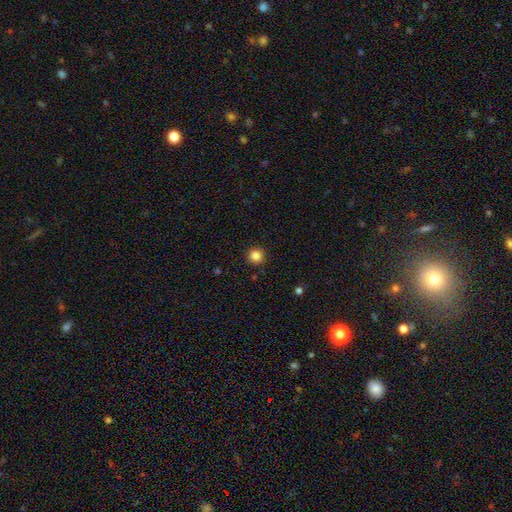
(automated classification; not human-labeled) Morphology: type=smooth (85%); roundness=round (95%); merging=none (91%).